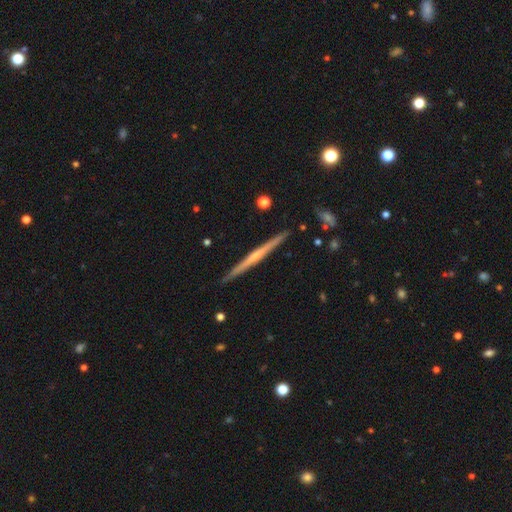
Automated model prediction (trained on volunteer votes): smooth_or_featured: featured or disk (p=0.71) [alt: smooth p=0.23]
disk_edge_on: yes (p=0.98) [alt: no p=0.02]
edge_on_bulge: none (p=0.50) [alt: rounded p=0.43]
merging: none (p=0.92) [alt: minor disturbance p=0.06]